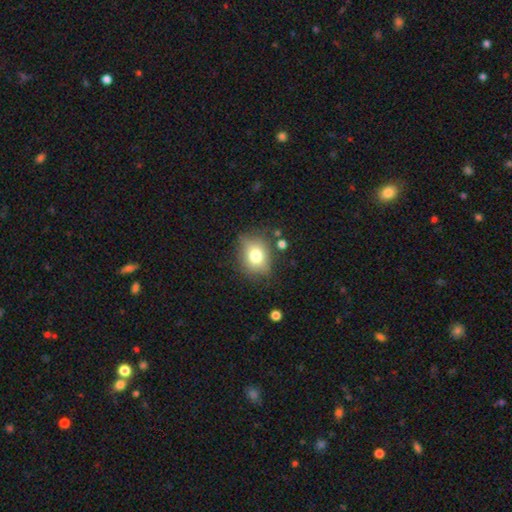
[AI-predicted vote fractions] smooth-or-featured: smooth: 74% | featured or disk: 15% | star or artifact: 11%
  how-rounded: round: 51% | in between: 48% | cigar-shaped: 1%
  merging: none: 74% | minor disturbance: 18% | major disturbance: 5% | merger: 3%